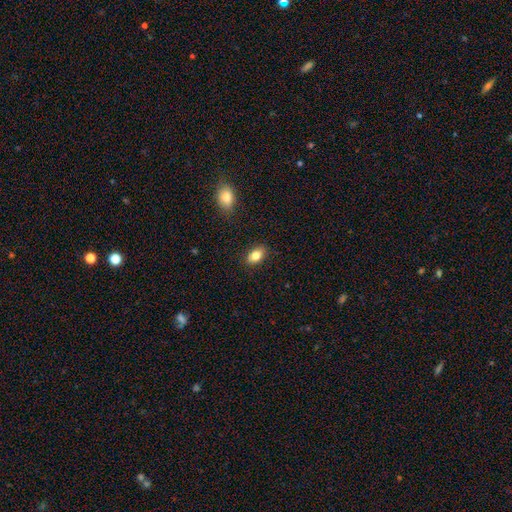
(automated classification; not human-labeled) The model was most divided on "smooth or featured": smooth: 81%, featured or disk: 10%, star or artifact: 8%. More confident: how rounded — in between (88%); merging — none (88%).